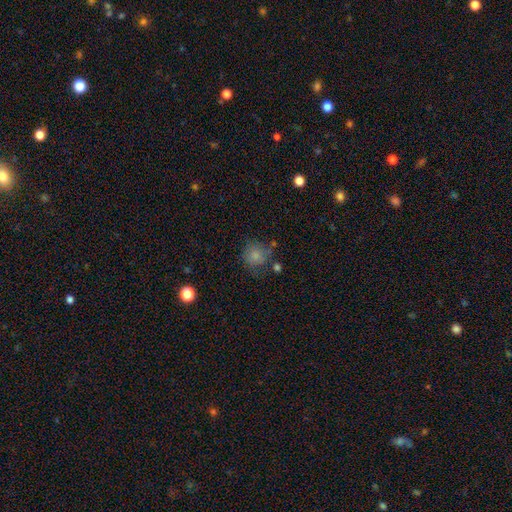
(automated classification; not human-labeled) The model was most divided on "merging": none: 62%, minor disturbance: 22%, major disturbance: 9%, merger: 8%. More confident: how rounded — round (86%); smooth or featured — smooth (80%).